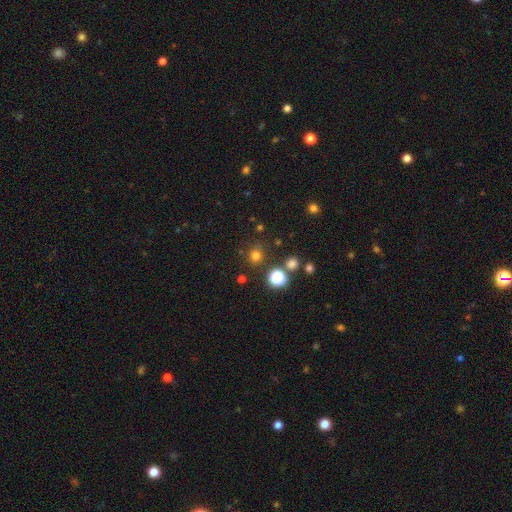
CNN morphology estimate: Overall: smooth (73%). How rounded: round (92%). Merging: none (83%).